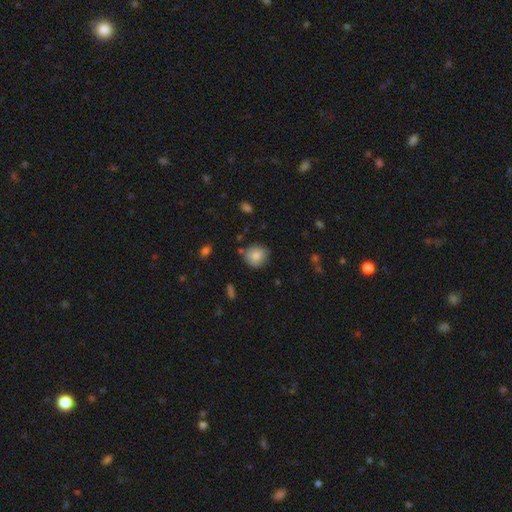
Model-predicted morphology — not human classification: Q: Smooth or featured?
A: smooth (80%); runner-up: featured or disk (12%)
Q: How rounded?
A: round (85%); runner-up: in between (14%)
Q: Merging?
A: none (76%); runner-up: minor disturbance (18%)